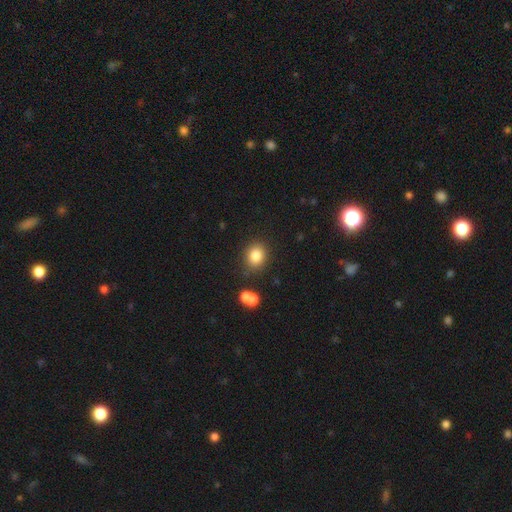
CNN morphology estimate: smooth 83%, star or artifact 11%, featured or disk 6%. Down the decision tree: how rounded — round (65%); merging — none (81%).